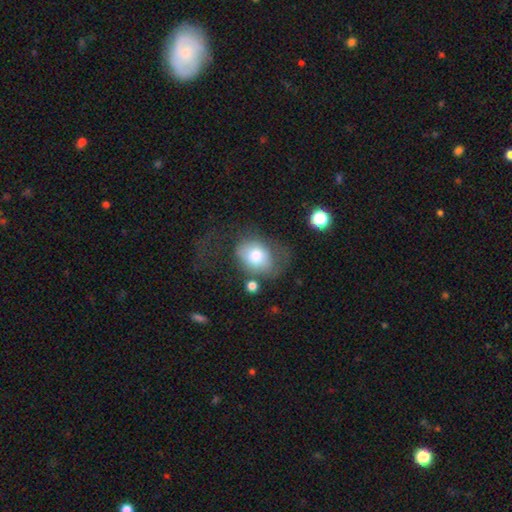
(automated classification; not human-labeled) Smooth or featured? smooth (72%)
How rounded? in between (61%)
Merging? none (37%)